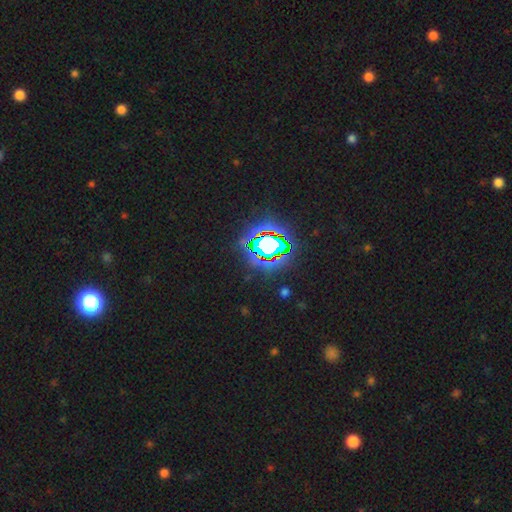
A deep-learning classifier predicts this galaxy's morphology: smooth_or_featured: star or artifact (p=0.84) [alt: smooth p=0.10]